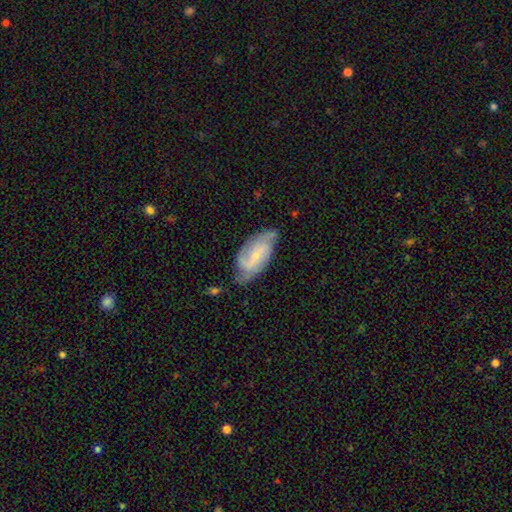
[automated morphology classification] This appears to be a featured or disk galaxy (71%) with a weak bar (44%), 2 (60%) medium (45%) spiral arms (93%) and a small central bulge (71%). Merging: none (60%).